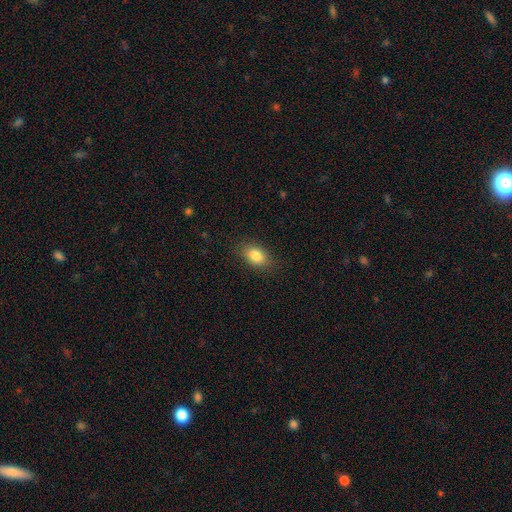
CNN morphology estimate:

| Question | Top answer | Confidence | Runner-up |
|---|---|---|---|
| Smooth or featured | smooth | 85% | star or artifact (8%) |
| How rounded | in between | 85% | round (13%) |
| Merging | none | 85% | minor disturbance (11%) |